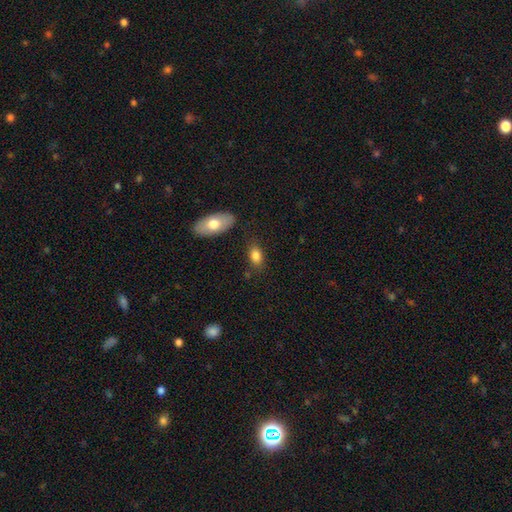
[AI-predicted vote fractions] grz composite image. It shows a smooth galaxy with no disk features (82%) that is in between round and cigar-shaped (87%). Merging: none (77%).